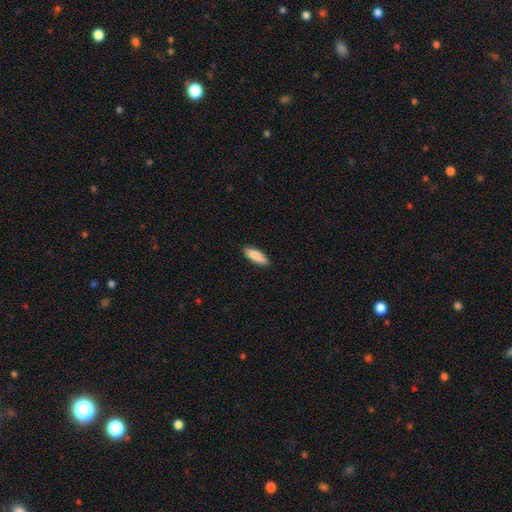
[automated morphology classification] The model was most divided on "how rounded": in between: 60%, cigar-shaped: 39%, round: 2%. More confident: merging — none (90%); smooth or featured — smooth (89%).